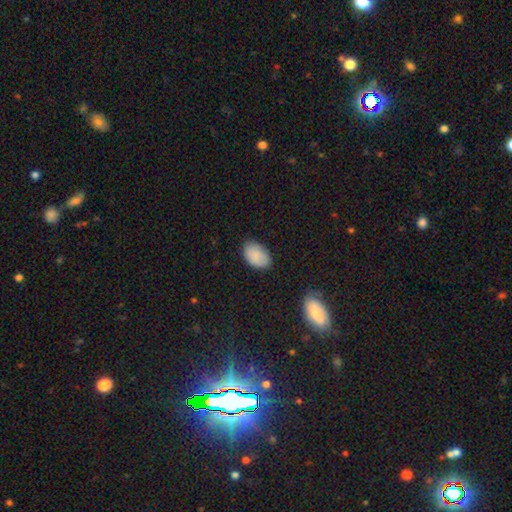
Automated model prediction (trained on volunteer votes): This is clearly a smooth galaxy (88%). How rounded: clearly in between (91%). Merging: clearly none (80%).